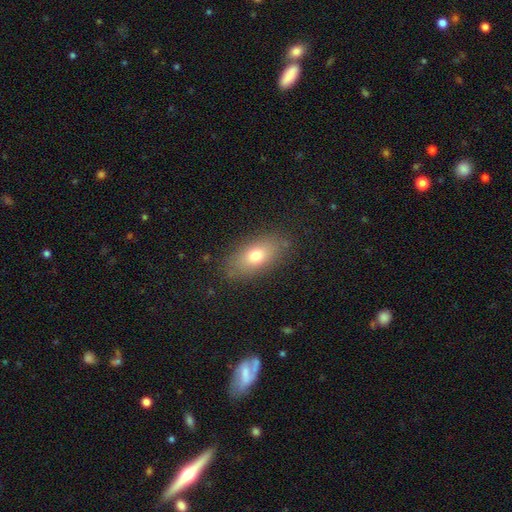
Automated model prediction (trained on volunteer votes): The model was most divided on "smooth or featured": smooth: 73%, featured or disk: 18%, star or artifact: 9%. More confident: how rounded — in between (84%); merging — none (83%).